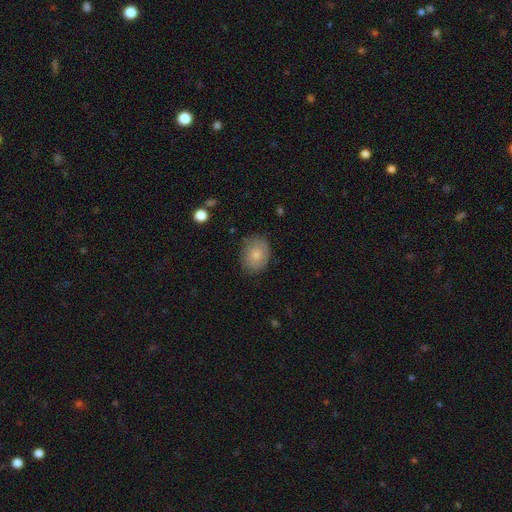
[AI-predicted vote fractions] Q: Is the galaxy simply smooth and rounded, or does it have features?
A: smooth — 74%.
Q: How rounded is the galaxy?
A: in between — 54%.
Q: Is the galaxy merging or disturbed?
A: none — 81%.